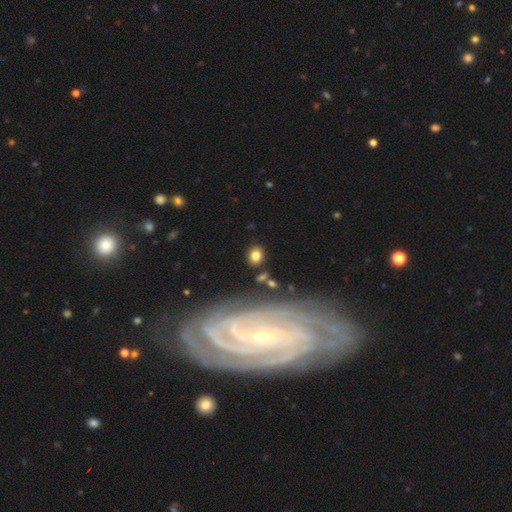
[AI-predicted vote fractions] Smooth or featured?
  - smooth: 79% *
  - featured or disk: 10%
  - star or artifact: 10%
How rounded?
  - round: 53% *
  - in between: 46%
  - cigar-shaped: 1%
Merging?
  - none: 82% *
  - minor disturbance: 10%
  - merger: 4%
  - major disturbance: 4%